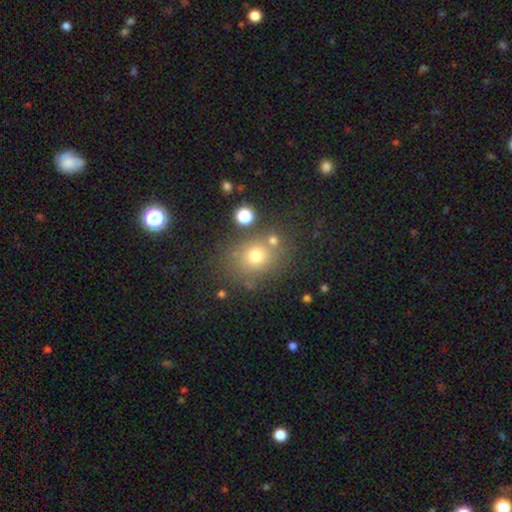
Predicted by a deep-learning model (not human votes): This appears to be a smooth galaxy with no disk features (70%) that is round (63%). Merging: none (72%).